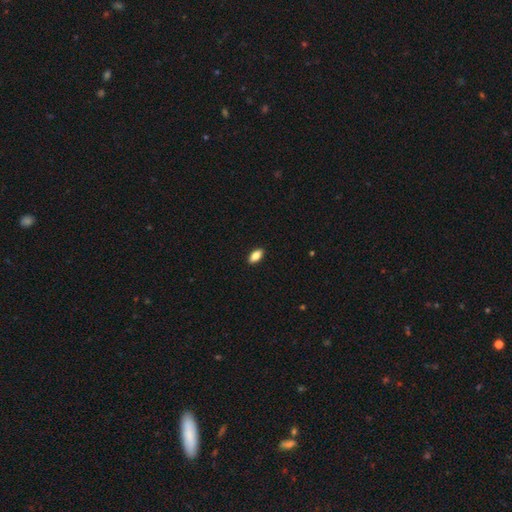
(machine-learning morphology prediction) Smooth or featured? Predicted: smooth (p=0.81). How rounded? Predicted: in between (p=0.88). Merging? Predicted: none (p=0.91).